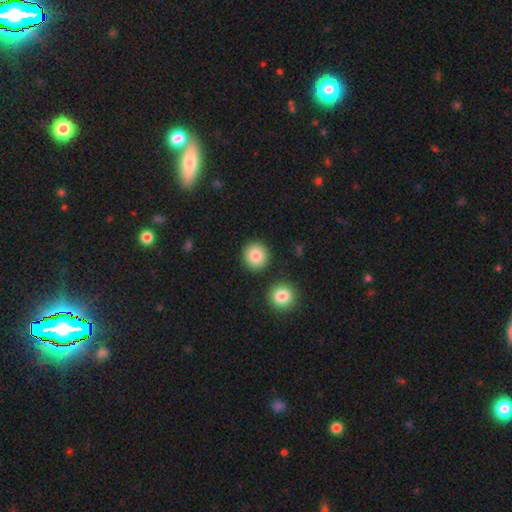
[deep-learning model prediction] This appears to be a smooth galaxy with no disk features (85%) that is round (91%). Merging: none (87%).